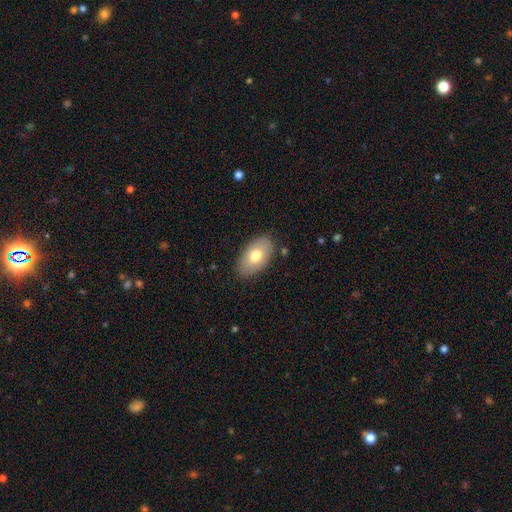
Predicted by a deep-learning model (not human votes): Smooth or featured: smooth — 71% (featured or disk — 22%)
How rounded: in between — 93% (round — 6%)
Merging: none — 84% (minor disturbance — 12%)